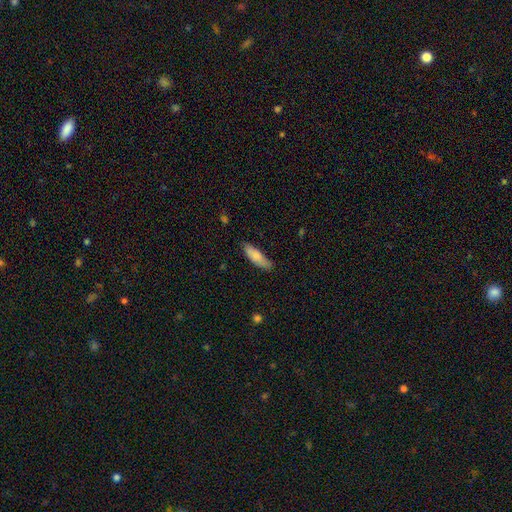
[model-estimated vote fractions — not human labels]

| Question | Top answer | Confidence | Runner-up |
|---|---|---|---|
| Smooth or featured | smooth | 79% | featured or disk (15%) |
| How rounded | cigar-shaped | 50% | in between (48%) |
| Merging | none | 75% | minor disturbance (20%) |